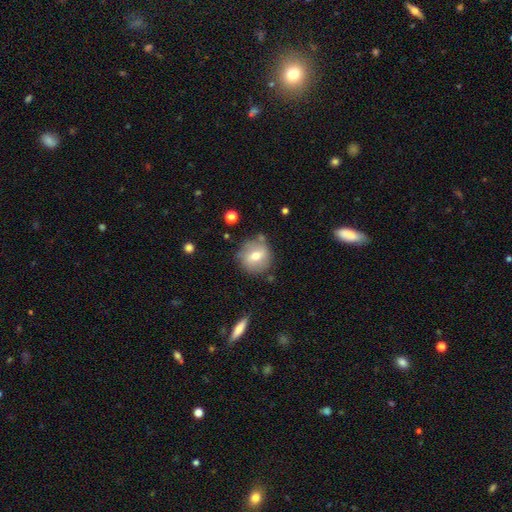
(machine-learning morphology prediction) A smooth galaxy with no disk features (65%) that is round (90%). Merging: none (76%).